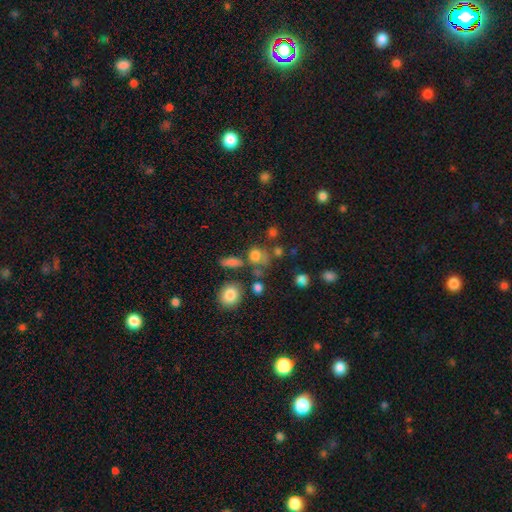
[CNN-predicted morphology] type=smooth (73%); roundness=round (65%); merging=none (49%).